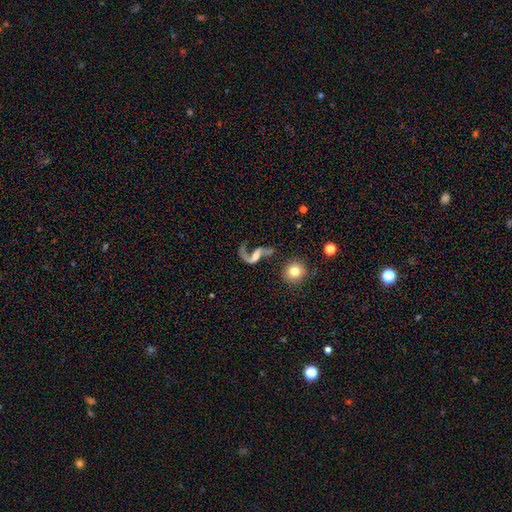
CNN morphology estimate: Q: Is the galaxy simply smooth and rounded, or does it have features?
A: featured or disk — 77%.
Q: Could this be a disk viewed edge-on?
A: no — 95%.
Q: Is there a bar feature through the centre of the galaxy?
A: no — 37%.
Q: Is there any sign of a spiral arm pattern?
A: yes — 87%.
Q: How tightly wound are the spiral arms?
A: loose — 85%.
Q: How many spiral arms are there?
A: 2 — 61%.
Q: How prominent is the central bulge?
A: small — 37%.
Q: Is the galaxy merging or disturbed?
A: major disturbance — 39%.